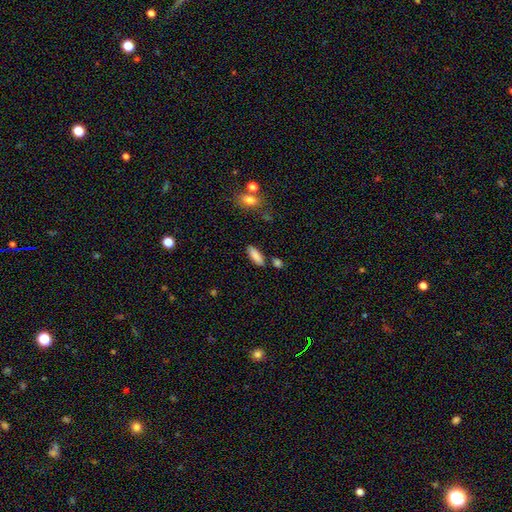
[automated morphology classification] smooth 86%, star or artifact 7%, featured or disk 7%. Down the decision tree: how rounded — in between (65%); merging — none (81%).